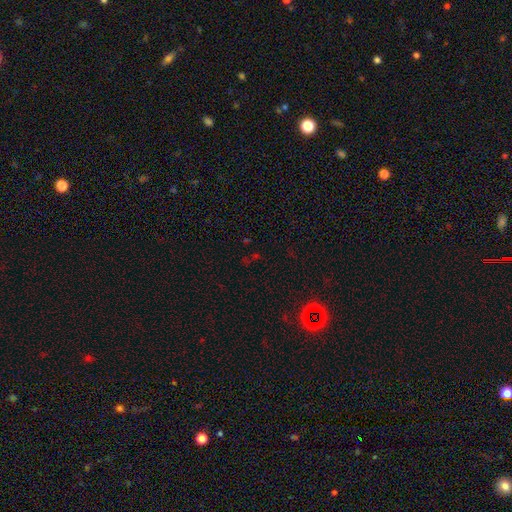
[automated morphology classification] A star or artifact, not a galaxy (63%).